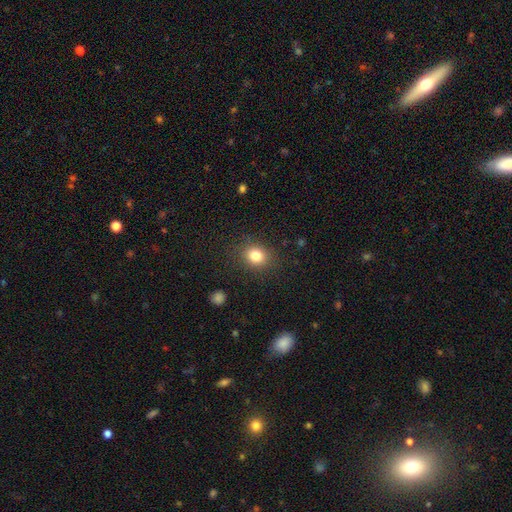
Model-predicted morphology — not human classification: type=smooth (81%); roundness=round (66%); merging=none (86%).